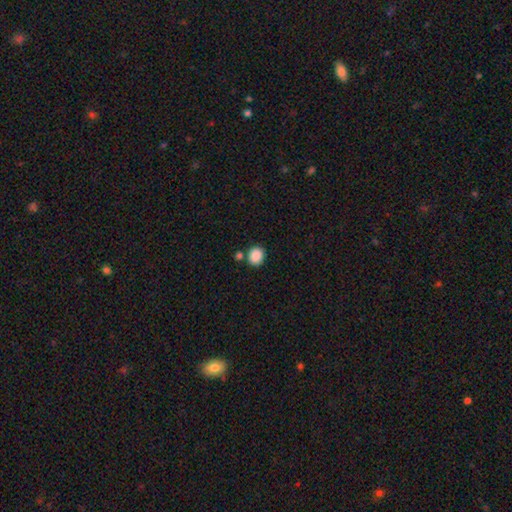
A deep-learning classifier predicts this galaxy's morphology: Overall: smooth (88%). How rounded: round (74%). Merging: none (76%).